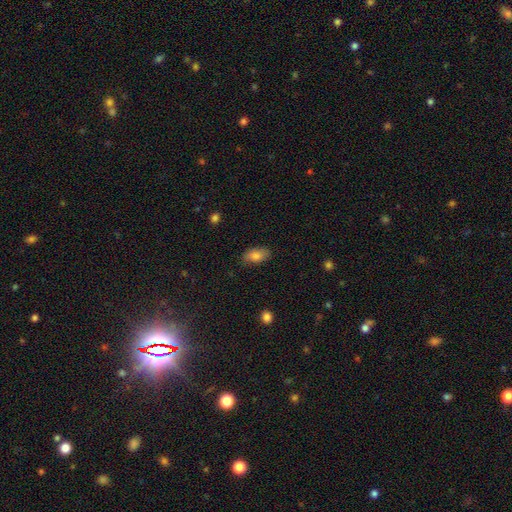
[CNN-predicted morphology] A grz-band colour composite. It shows a smooth galaxy with no disk features (83%) that is in between round and cigar-shaped (91%). Merging: none (81%).